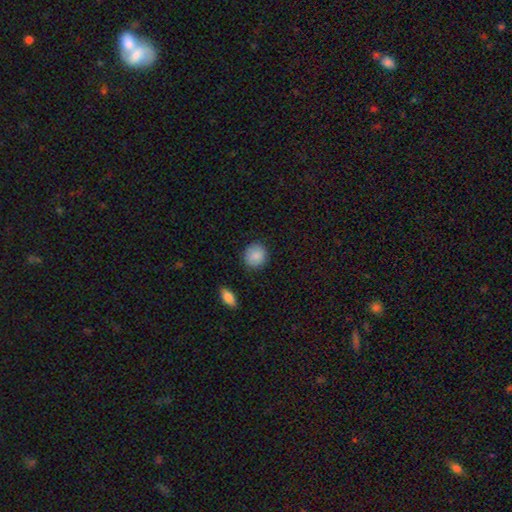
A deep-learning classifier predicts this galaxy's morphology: type=smooth (88%); roundness=round (88%); merging=none (89%).